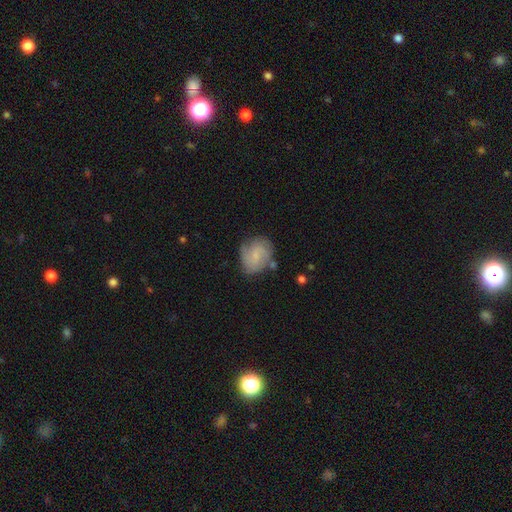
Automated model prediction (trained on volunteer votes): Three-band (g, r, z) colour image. It shows a featured or disk galaxy (51%). Merging: none (63%).